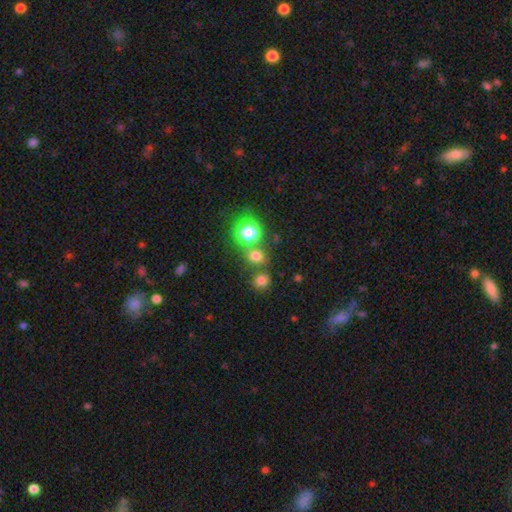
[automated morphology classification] A smooth galaxy with no disk features (68%) that is round (78%). Merging: none (71%).